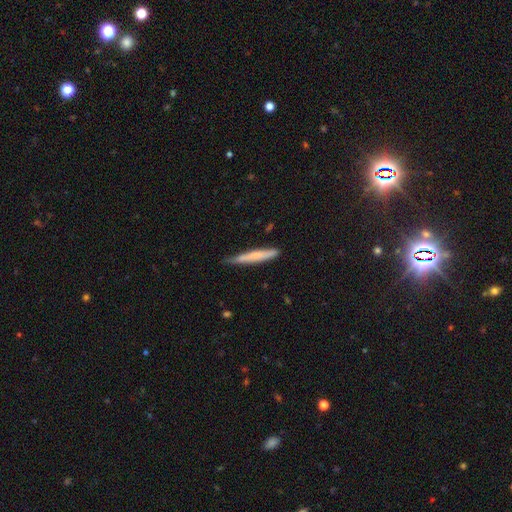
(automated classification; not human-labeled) Smooth or featured? smooth (66%)
How rounded? cigar-shaped (94%)
Merging? none (69%)